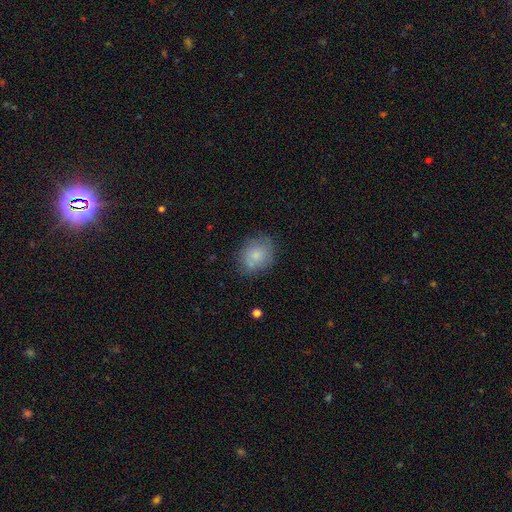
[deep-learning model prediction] Overall: smooth (75%). How rounded: round (56%; in between 43%). Merging: none (68%).